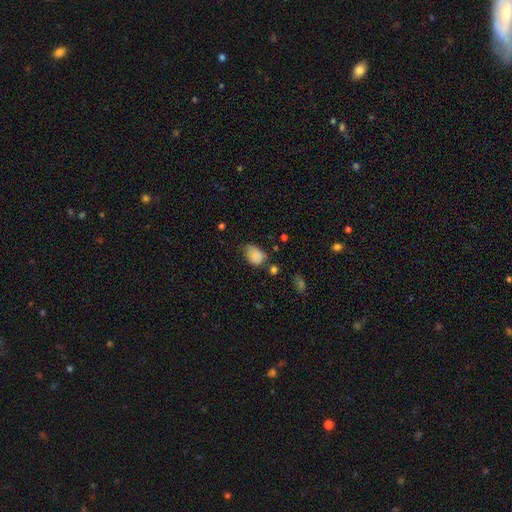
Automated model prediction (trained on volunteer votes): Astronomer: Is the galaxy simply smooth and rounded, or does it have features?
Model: smooth — 83%.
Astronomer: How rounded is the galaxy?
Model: in between — 80%.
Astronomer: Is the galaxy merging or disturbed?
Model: none — 44% (runner-up: minor disturbance, 39%).